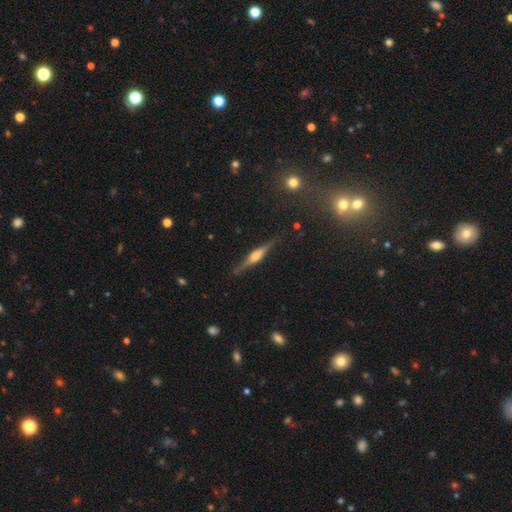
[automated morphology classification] This appears to be a featured or disk galaxy (77%) viewed edge-on (98%) with a rounded central bulge (79%). Merging: none (87%).